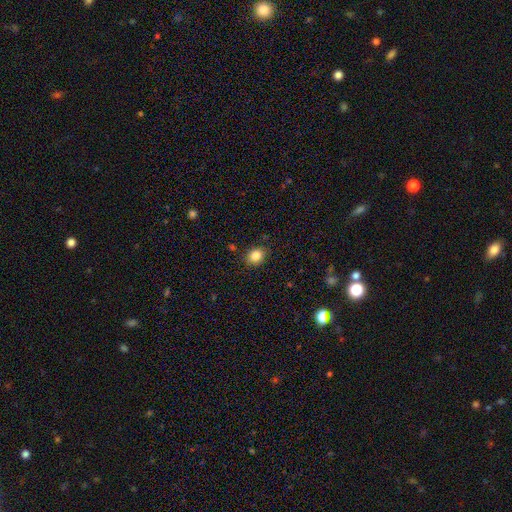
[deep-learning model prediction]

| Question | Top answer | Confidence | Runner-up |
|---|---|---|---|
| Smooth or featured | smooth | 84% | star or artifact (10%) |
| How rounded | round | 54% | in between (45%) |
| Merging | none | 86% | minor disturbance (10%) |